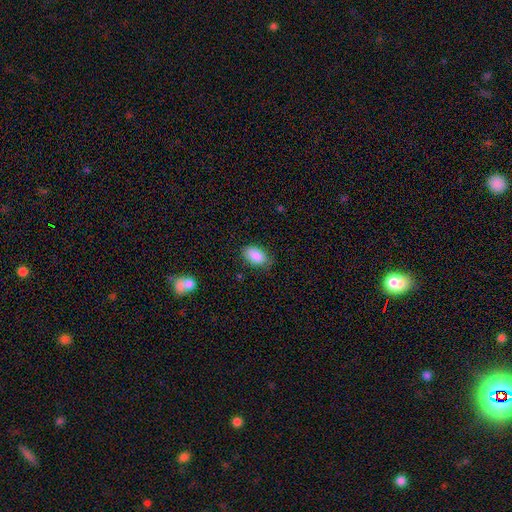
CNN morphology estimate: Smooth or featured? smooth (88%)
How rounded? in between (92%)
Merging? none (76%)